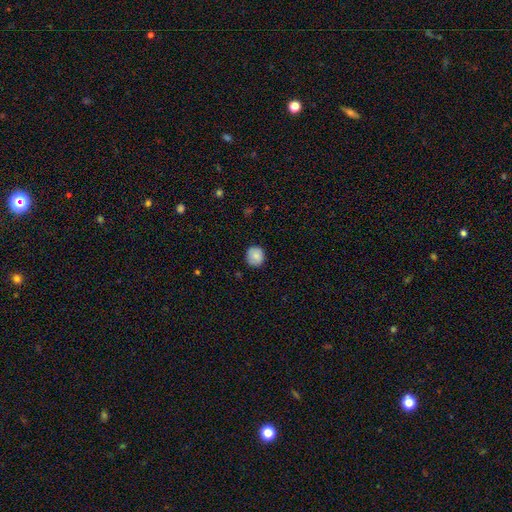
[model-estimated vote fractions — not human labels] smooth 84%, featured or disk 9%, star or artifact 8%. Down the decision tree: how rounded — round (88%); merging — none (84%).